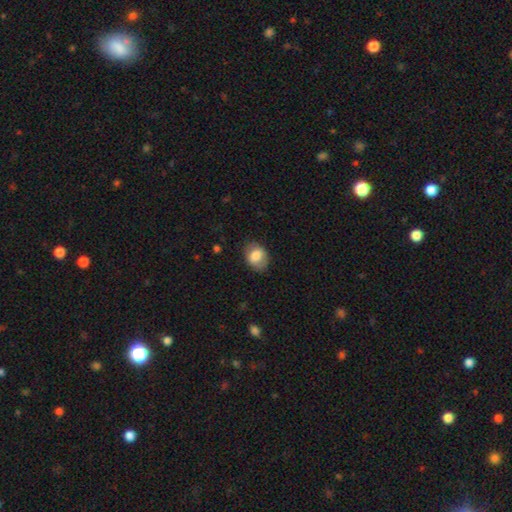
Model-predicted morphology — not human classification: smooth-or-featured: smooth: 78% | featured or disk: 15% | star or artifact: 7%
  how-rounded: in between: 72% | round: 27% | cigar-shaped: 1%
  merging: none: 78% | minor disturbance: 17% | major disturbance: 5% | merger: 1%